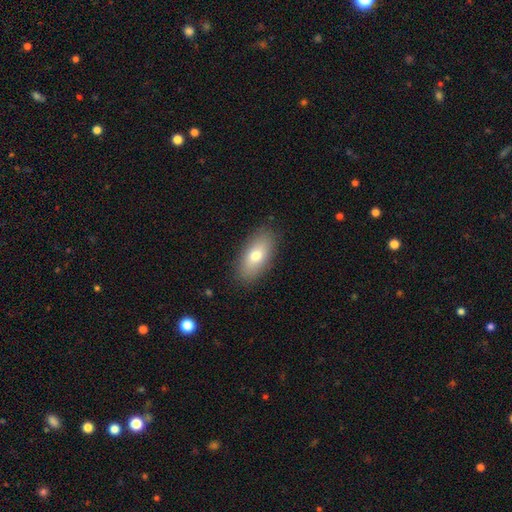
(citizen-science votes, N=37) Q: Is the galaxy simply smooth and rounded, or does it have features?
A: smooth — 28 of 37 (76%).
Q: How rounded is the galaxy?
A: in between — 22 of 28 (79%).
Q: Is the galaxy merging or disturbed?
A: none — 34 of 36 (94%).